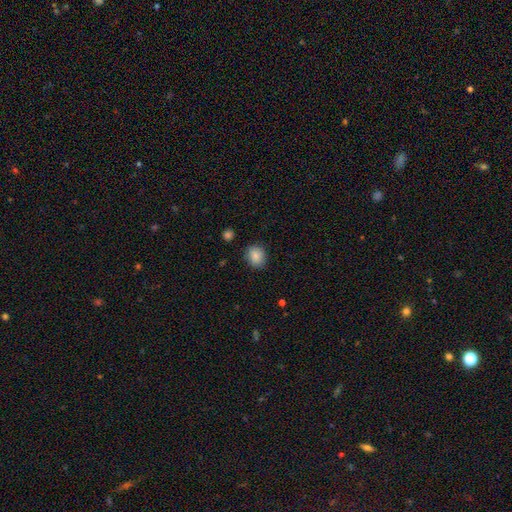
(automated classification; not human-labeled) Q: Smooth or featured?
A: smooth (86%); runner-up: star or artifact (9%)
Q: How rounded?
A: round (64%); runner-up: in between (35%)
Q: Merging?
A: none (85%); runner-up: minor disturbance (11%)